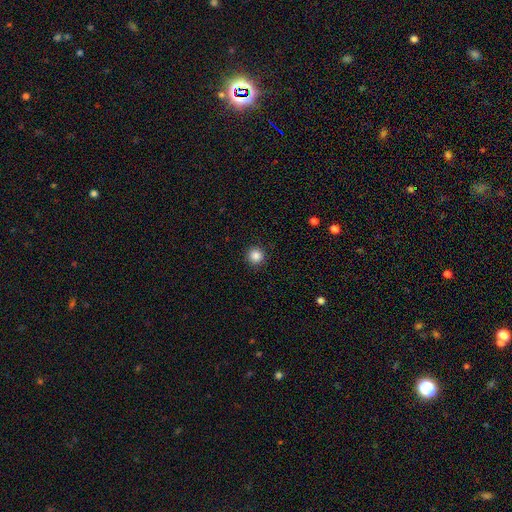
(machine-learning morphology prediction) A smooth galaxy with no disk features (86%) that is round (95%). Merging: none (92%).